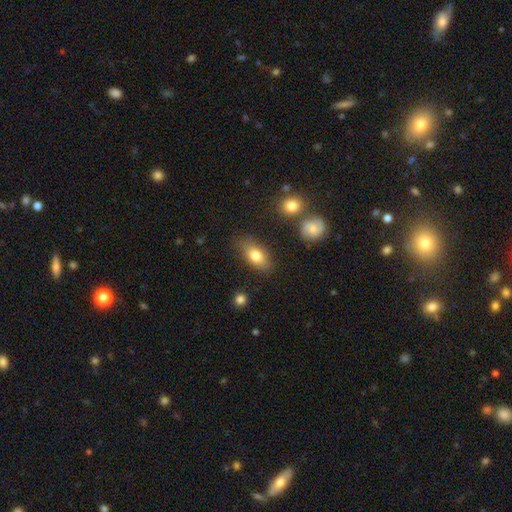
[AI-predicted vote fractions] This appears to be a smooth galaxy with no disk features (78%) that is in between round and cigar-shaped (84%). Merging: none (76%).